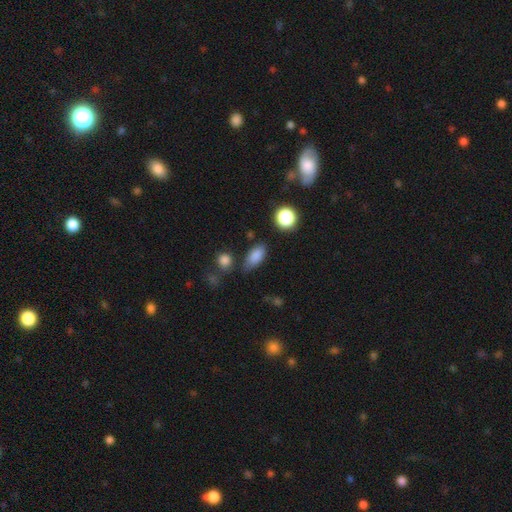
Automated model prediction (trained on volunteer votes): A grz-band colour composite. It shows a smooth galaxy with no disk features (84%) that is in between round and cigar-shaped (88%). Merging: none (68%).